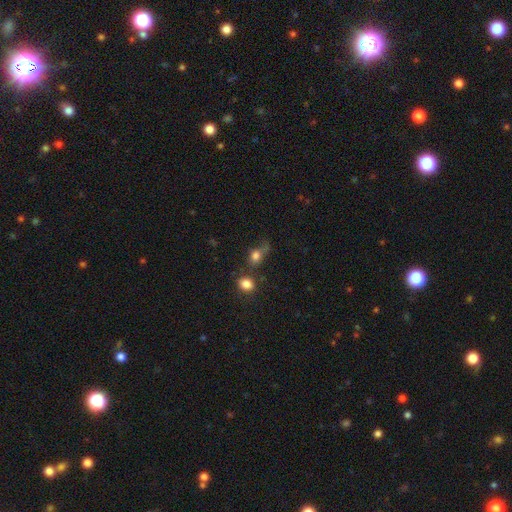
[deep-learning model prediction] Q: Smooth or featured?
A: smooth (75%); runner-up: featured or disk (13%)
Q: How rounded?
A: round (50%); runner-up: in between (47%)
Q: Merging?
A: none (36%); runner-up: major disturbance (24%)